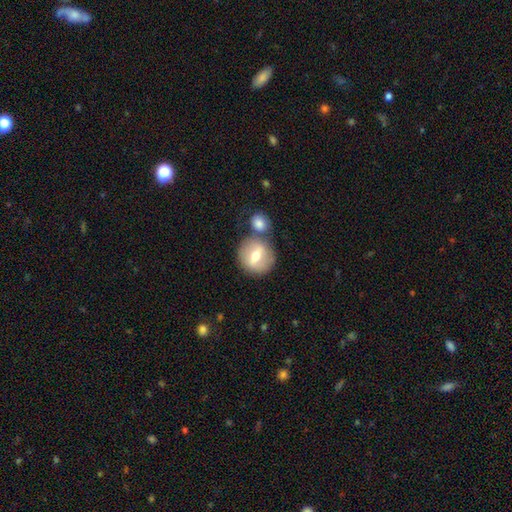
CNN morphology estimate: smooth 56%, featured or disk 37%, star or artifact 7%. Down the decision tree: how rounded — round (87%); merging — none (61%).